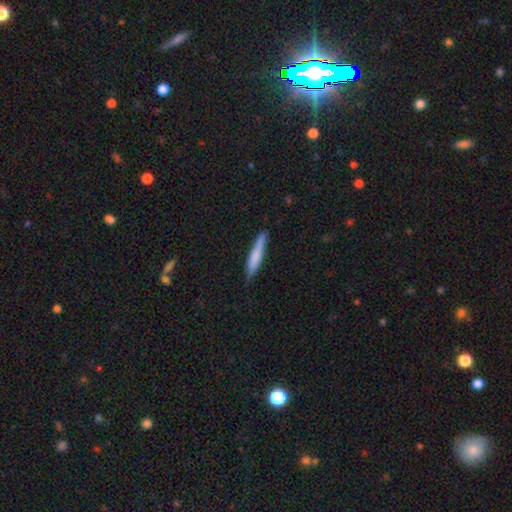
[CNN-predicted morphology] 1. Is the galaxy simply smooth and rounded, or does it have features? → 71% smooth, 23% featured or disk, 6% star or artifact.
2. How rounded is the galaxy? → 92% cigar-shaped, 6% in between, 1% round.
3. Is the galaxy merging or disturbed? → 81% none, 15% minor disturbance, 2% major disturbance, 1% merger.